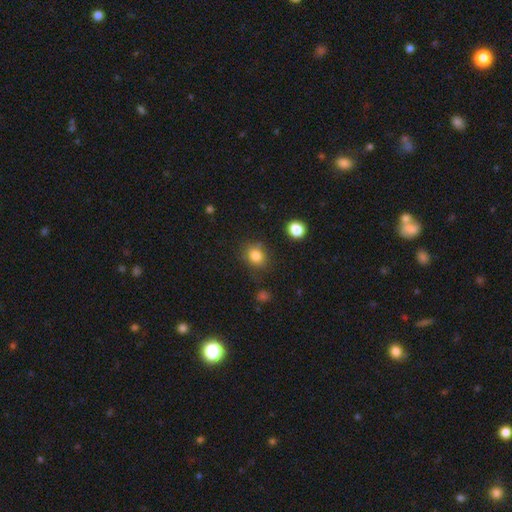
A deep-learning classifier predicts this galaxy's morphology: smooth-or-featured: smooth: 82% | star or artifact: 11% | featured or disk: 6%
  how-rounded: round: 60% | in between: 39% | cigar-shaped: 1%
  merging: none: 77% | minor disturbance: 15% | major disturbance: 5% | merger: 3%